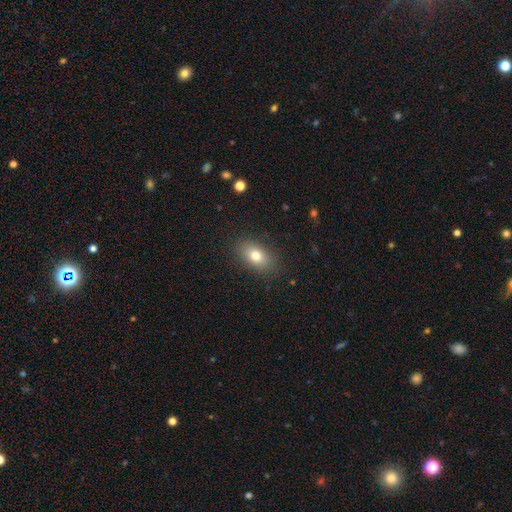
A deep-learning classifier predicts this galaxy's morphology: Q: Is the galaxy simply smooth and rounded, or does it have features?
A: smooth — 77%.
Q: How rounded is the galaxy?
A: in between — 85%.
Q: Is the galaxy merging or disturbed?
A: none — 86%.